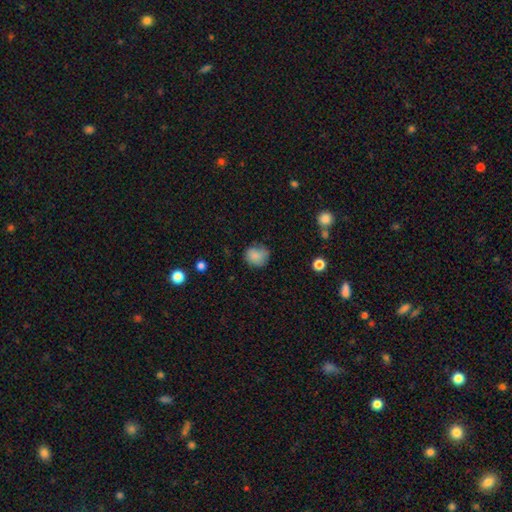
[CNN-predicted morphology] A smooth galaxy with no disk features (82%) that is round (76%). Merging: none (64%).